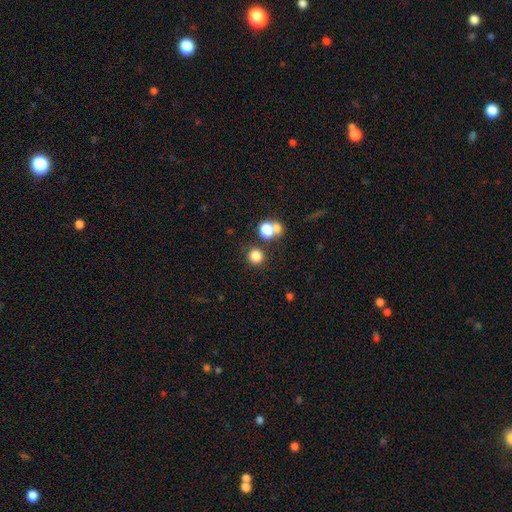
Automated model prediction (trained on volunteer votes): A smooth galaxy with no disk features (81%) that is round (90%). Merging: none (75%).